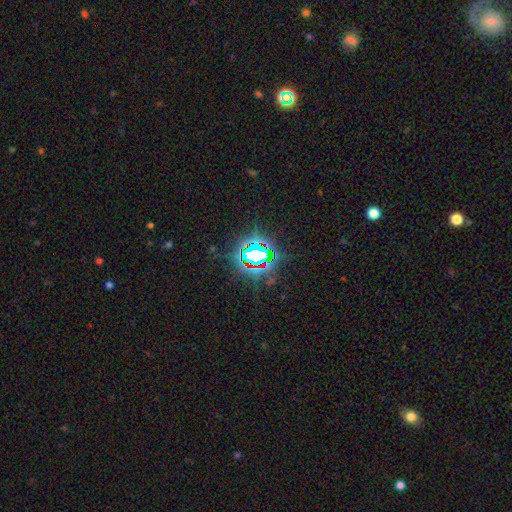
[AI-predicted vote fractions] The model was most divided on "smooth or featured": star or artifact: 76%, smooth: 13%, featured or disk: 11%.